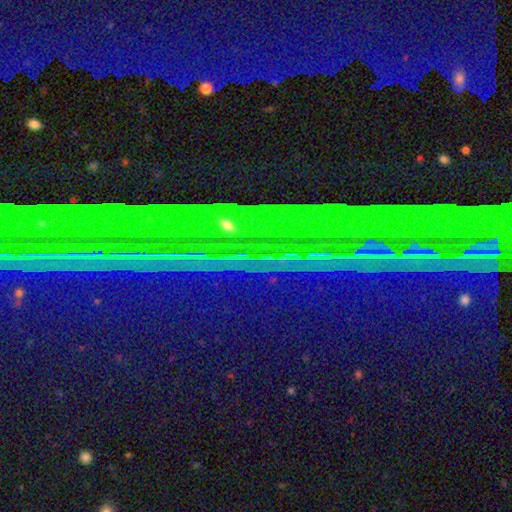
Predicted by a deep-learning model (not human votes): This is clearly a star or artifact rather than a galaxy (85%).